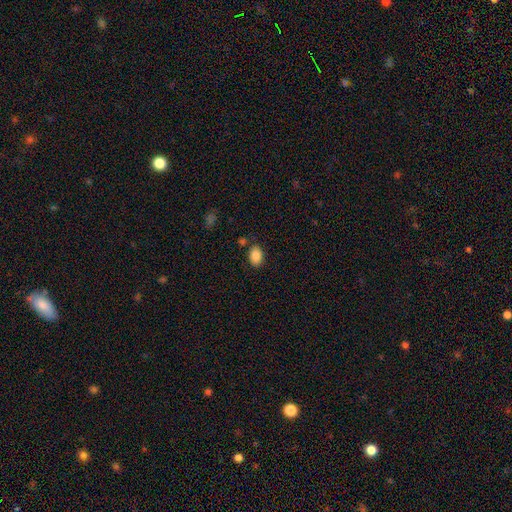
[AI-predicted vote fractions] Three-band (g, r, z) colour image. It shows a smooth galaxy with no disk features (87%) that is in between round and cigar-shaped (84%). Merging: none (82%).